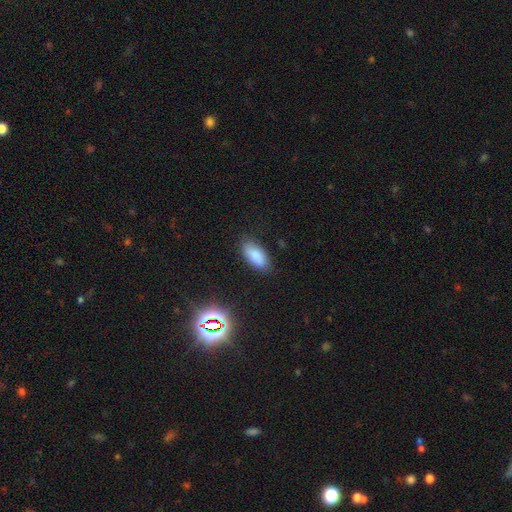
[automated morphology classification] Smooth or featured: smooth — 86% (star or artifact — 8%)
How rounded: in between — 88% (cigar-shaped — 10%)
Merging: none — 83% (minor disturbance — 12%)